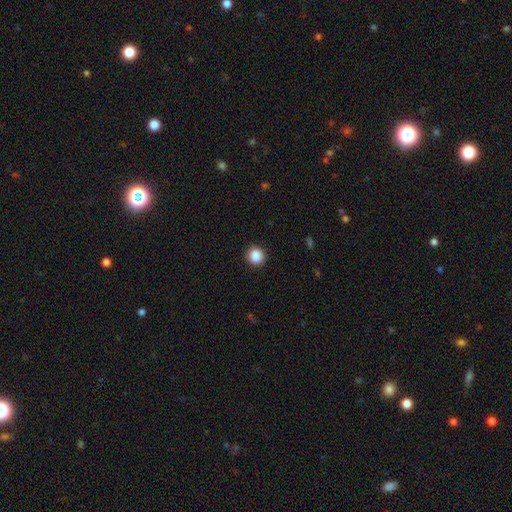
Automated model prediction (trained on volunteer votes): Morphology: type=smooth (88%); roundness=round (90%); merging=none (90%).